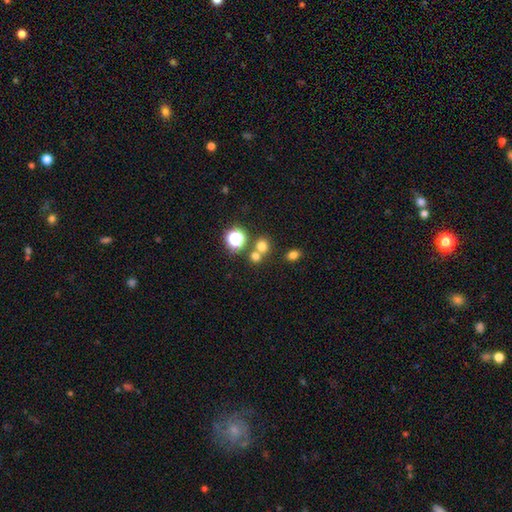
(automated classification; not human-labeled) The model was most divided on "merging": none: 61%, merger: 30%, minor disturbance: 6%, major disturbance: 3%. More confident: how rounded — round (84%); smooth or featured — smooth (67%).